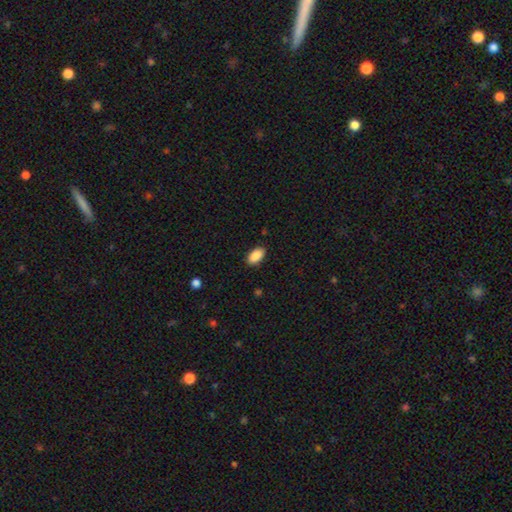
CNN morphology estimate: Q: Smooth or featured?
A: smooth (89%); runner-up: star or artifact (7%)
Q: How rounded?
A: in between (94%); runner-up: round (3%)
Q: Merging?
A: none (88%); runner-up: minor disturbance (9%)